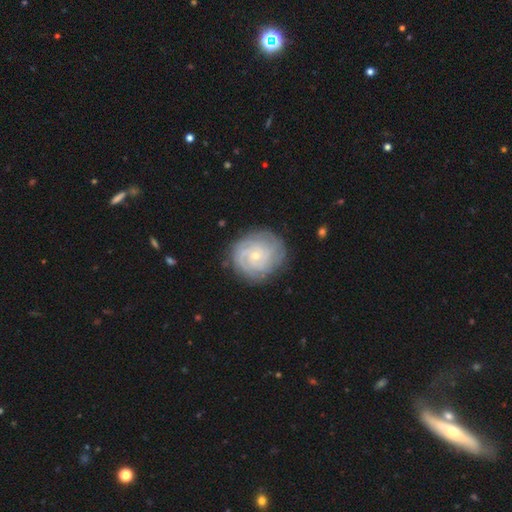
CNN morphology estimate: type=featured or disk (81%); edge-on=no (98%); bar=no (77%); spiral arms=yes (96%); winding=tight (81%); arm count=can't tell (32%); bulge=small (77%); merging=none (83%).